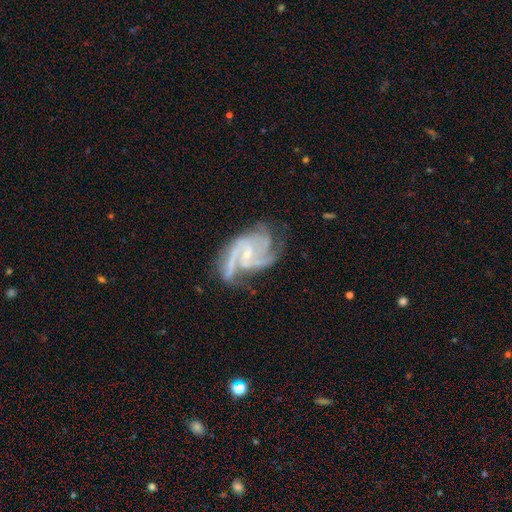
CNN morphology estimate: Q: Smooth or featured?
A: featured or disk (81%); runner-up: star or artifact (11%)
Q: Edge-on disk?
A: no (97%); runner-up: yes (3%)
Q: Bar?
A: no (50%); runner-up: weak (36%)
Q: Spiral arms?
A: yes (96%); runner-up: no (4%)
Q: Spiral winding?
A: medium (44%); runner-up: tight (39%)
Q: Spiral arm count?
A: 3 (36%); runner-up: 2 (22%)
Q: Bulge size?
A: small (72%); runner-up: moderate (21%)
Q: Merging?
A: none (58%); runner-up: minor disturbance (21%)